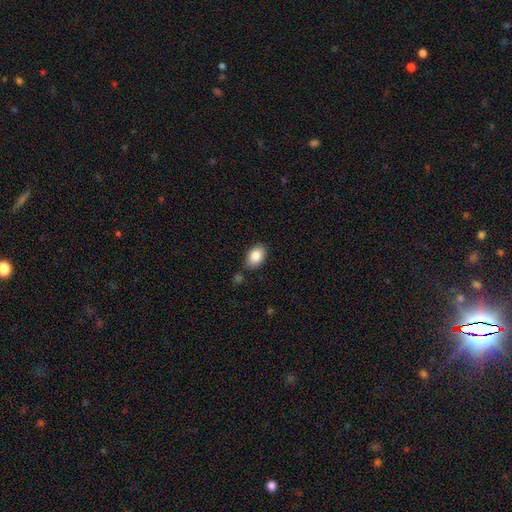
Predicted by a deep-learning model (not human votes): Smooth or featured? Predicted: smooth (p=0.86). How rounded? Predicted: in between (p=0.84). Merging? Predicted: none (p=0.79).